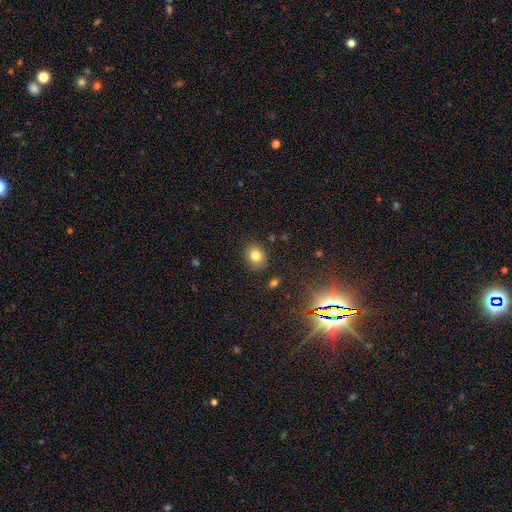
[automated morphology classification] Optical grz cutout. It shows a smooth galaxy with no disk features (80%) that is round (64%). Merging: none (87%).